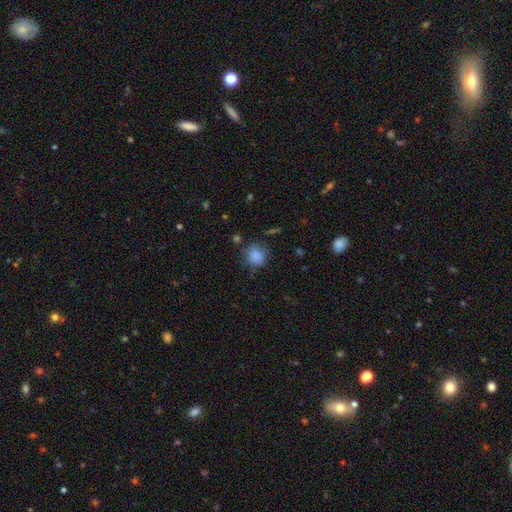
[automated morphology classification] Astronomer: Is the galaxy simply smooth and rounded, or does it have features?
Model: smooth — 84%.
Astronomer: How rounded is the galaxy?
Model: round — 71%.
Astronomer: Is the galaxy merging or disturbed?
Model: none — 69%.